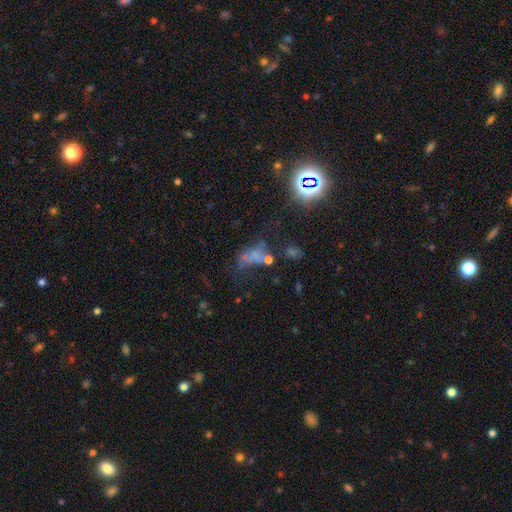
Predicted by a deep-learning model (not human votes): The model was most divided on "merging": major disturbance: 34%, none: 28%, merger: 22%, minor disturbance: 17%. Remaining: smooth or featured — smooth (39%).